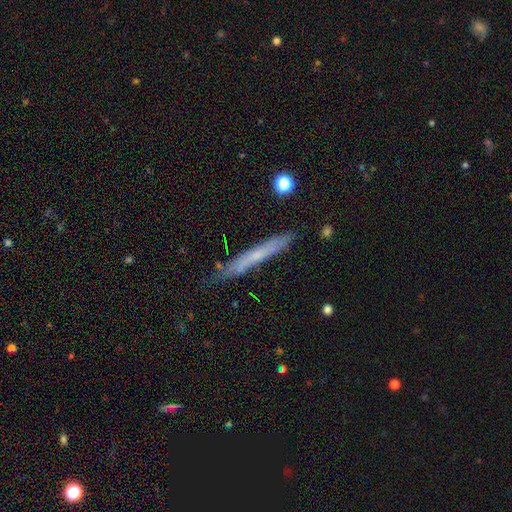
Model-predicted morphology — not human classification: type=smooth (47%); merging=none (77%).